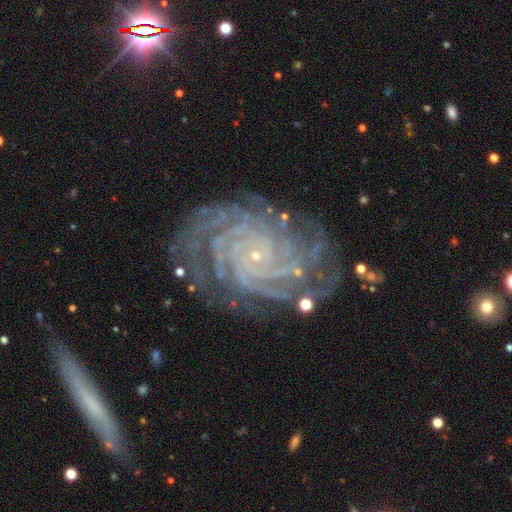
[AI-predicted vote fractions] Smooth or featured? Predicted: featured or disk (p=0.91). Edge-on disk? Predicted: no (p=0.98). Bar? Predicted: no (p=0.76). Spiral arms? Predicted: yes (p=0.99). Spiral winding? Predicted: tight (p=0.86). Spiral arm count? Predicted: more than 4 (p=0.36). Bulge size? Predicted: small (p=0.91). Merging? Predicted: none (p=0.77).